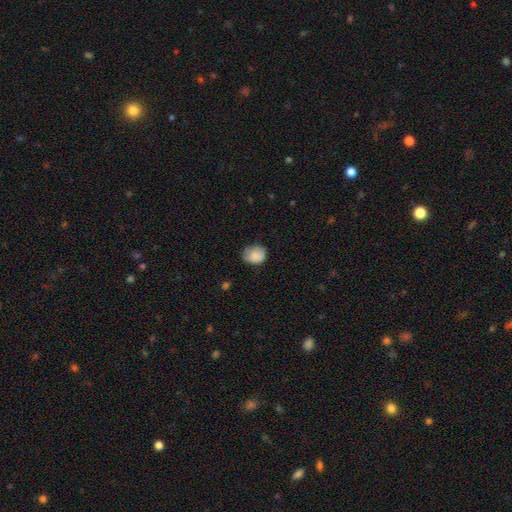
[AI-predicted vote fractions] smooth-or-featured: smooth: 83% | featured or disk: 9% | star or artifact: 8%
  how-rounded: round: 52% | in between: 47% | cigar-shaped: 1%
  merging: none: 60% | minor disturbance: 31% | major disturbance: 8% | merger: 1%